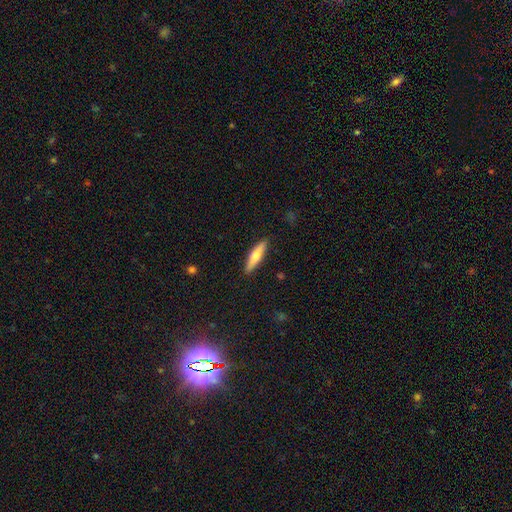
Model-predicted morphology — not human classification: Q: Smooth or featured?
A: smooth (54%); runner-up: featured or disk (40%)
Q: How rounded?
A: cigar-shaped (78%); runner-up: in between (20%)
Q: Merging?
A: none (90%); runner-up: minor disturbance (7%)